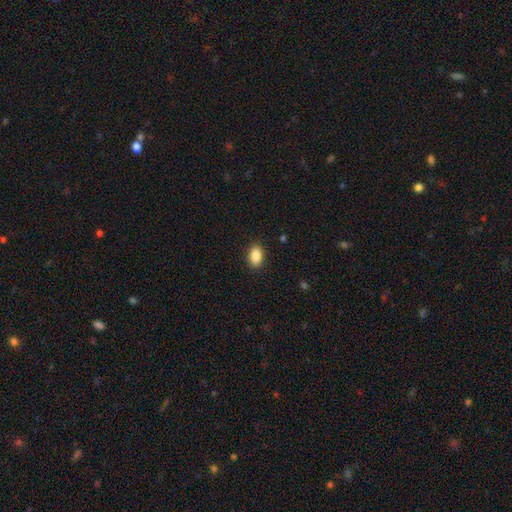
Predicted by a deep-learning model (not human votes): Smooth or featured: smooth — 88% (star or artifact — 7%)
How rounded: in between — 89% (round — 9%)
Merging: none — 89% (minor disturbance — 8%)